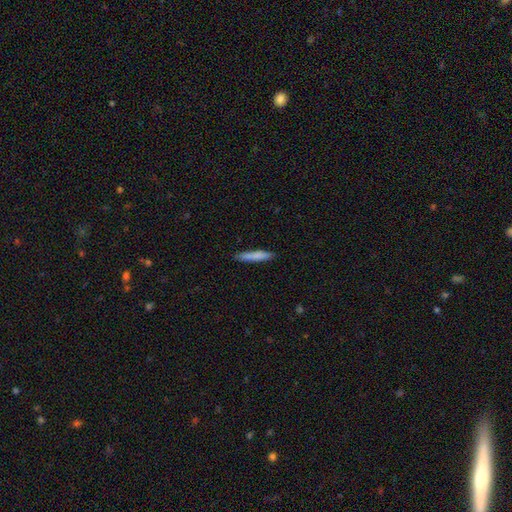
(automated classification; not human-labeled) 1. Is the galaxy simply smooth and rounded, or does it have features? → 79% smooth, 15% featured or disk, 6% star or artifact.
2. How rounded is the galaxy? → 93% cigar-shaped, 6% in between, 1% round.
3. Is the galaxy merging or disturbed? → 89% none, 9% minor disturbance, 2% major disturbance, 1% merger.